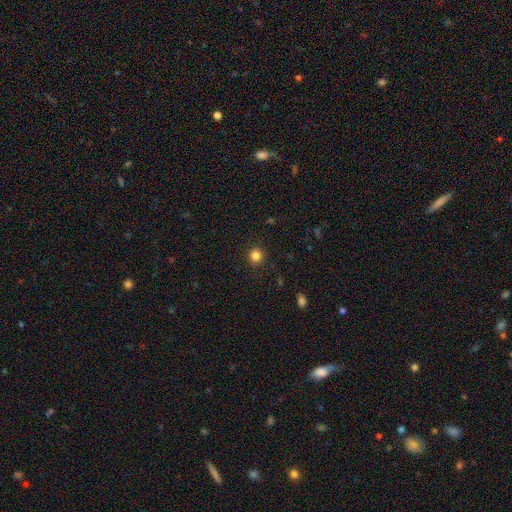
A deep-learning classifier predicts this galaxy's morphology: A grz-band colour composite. It shows a smooth galaxy with no disk features (84%) that is round (94%). Merging: none (92%).